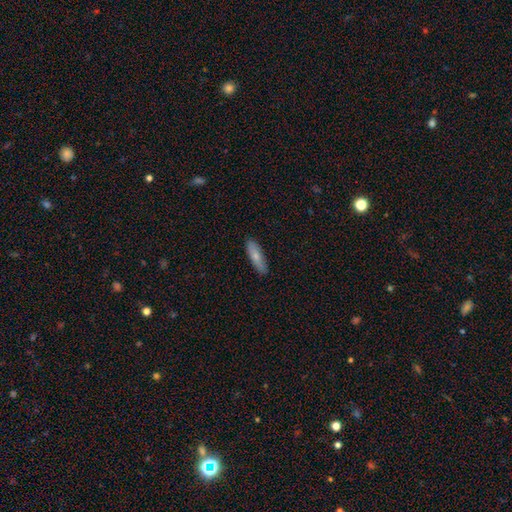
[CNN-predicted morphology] A smooth galaxy with no disk features (74%) that is cigar-shaped (55%).

Vote fractions:
- Smooth or featured? smooth: 74% / featured or disk: 21% / star or artifact: 6%
- How rounded? cigar-shaped: 55% / in between: 43% / round: 2%
- Merging? none: 87% / minor disturbance: 10% / major disturbance: 2% / merger: 1%